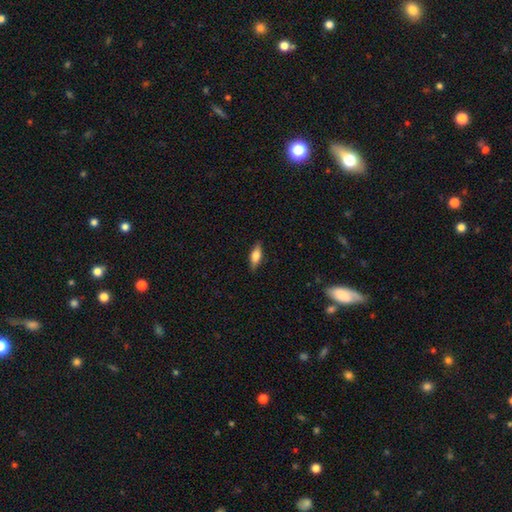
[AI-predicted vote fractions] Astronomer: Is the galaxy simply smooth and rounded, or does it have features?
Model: smooth — 68%.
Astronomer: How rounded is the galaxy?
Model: in between — 67%.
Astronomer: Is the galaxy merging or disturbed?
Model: none — 85%.